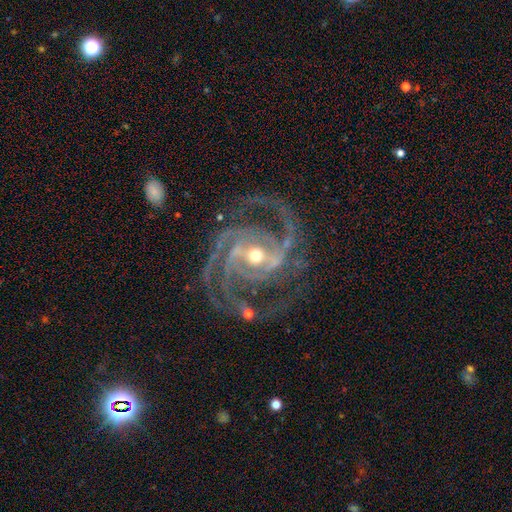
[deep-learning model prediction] A featured or disk galaxy (93%) with a weak bar (34%, tied with strong), 3 (32%) medium (51%) spiral arms (98%) and a moderate central bulge (54%). Merging: none (68%).